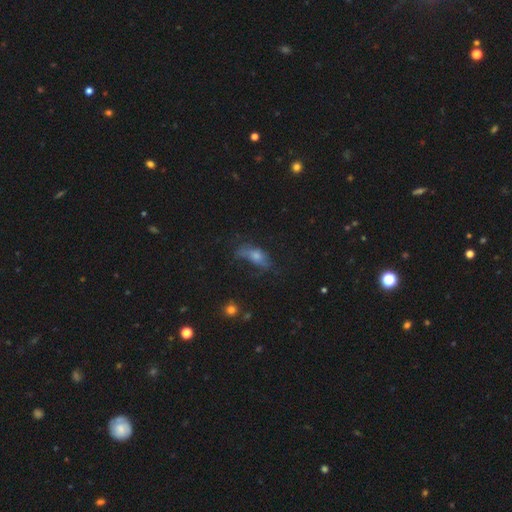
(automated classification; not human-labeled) A smooth galaxy with no disk features (52%) that is in between round and cigar-shaped (67%).

Vote fractions:
- Smooth or featured? smooth: 52% / featured or disk: 29% / star or artifact: 19%
- How rounded? in between: 67% / cigar-shaped: 25% / round: 8%
- Merging? none: 41% / major disturbance: 28% / minor disturbance: 27% / merger: 4%